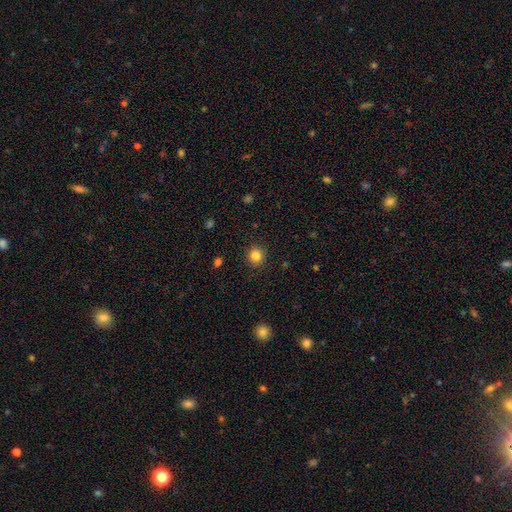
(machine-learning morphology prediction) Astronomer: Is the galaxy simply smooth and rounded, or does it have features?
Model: smooth — 84%.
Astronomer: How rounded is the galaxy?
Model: round — 87%.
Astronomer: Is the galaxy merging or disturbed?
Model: none — 90%.